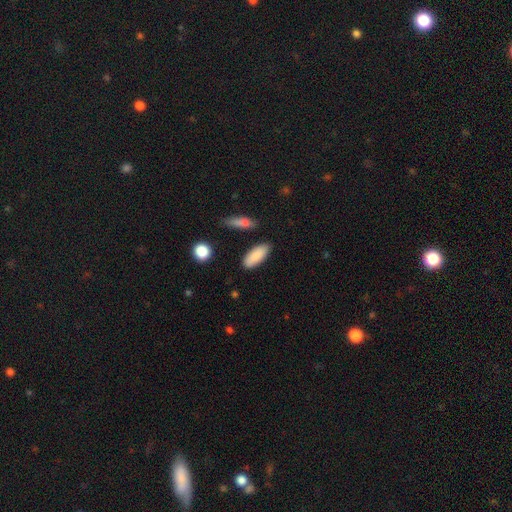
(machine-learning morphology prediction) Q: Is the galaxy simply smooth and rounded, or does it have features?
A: smooth — 87%.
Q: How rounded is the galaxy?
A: in between — 79%.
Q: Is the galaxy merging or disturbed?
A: none — 84%.